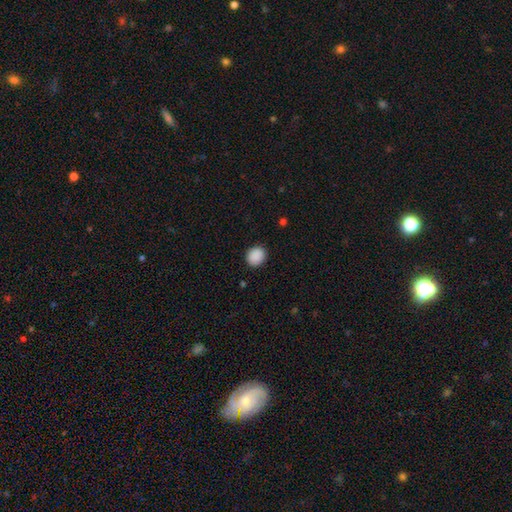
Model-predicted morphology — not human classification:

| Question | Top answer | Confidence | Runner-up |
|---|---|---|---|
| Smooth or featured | smooth | 90% | star or artifact (8%) |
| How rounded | round | 75% | in between (24%) |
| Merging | none | 90% | minor disturbance (7%) |